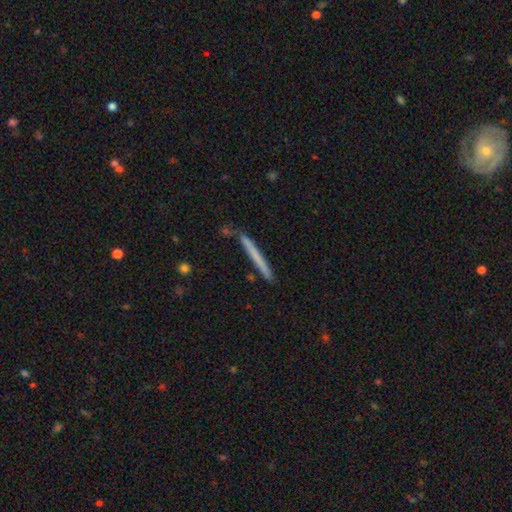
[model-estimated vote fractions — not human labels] smooth_or_featured: smooth (p=0.63) [alt: featured or disk p=0.31]
how_rounded: cigar-shaped (p=0.97) [alt: in between p=0.02]
merging: none (p=0.87) [alt: minor disturbance p=0.09]